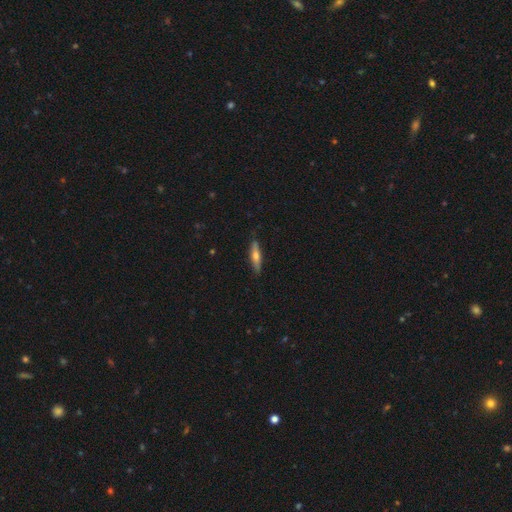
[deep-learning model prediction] Q: Smooth or featured?
A: smooth (48%); runner-up: featured or disk (46%)
Q: Merging?
A: none (87%); runner-up: minor disturbance (10%)